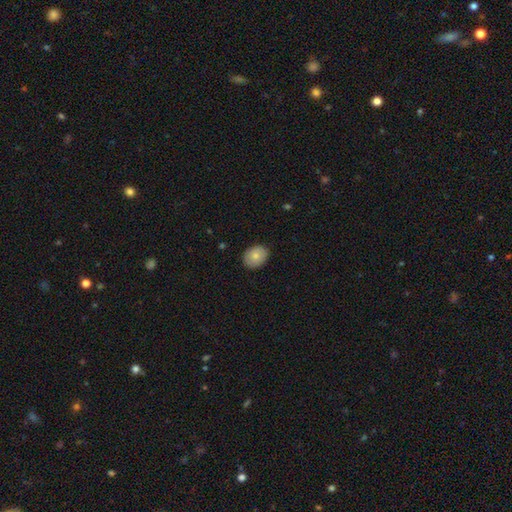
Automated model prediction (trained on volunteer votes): smooth_or_featured: smooth (p=0.81) [alt: featured or disk p=0.12]
how_rounded: in between (p=0.55) [alt: round p=0.44]
merging: none (p=0.87) [alt: minor disturbance p=0.10]